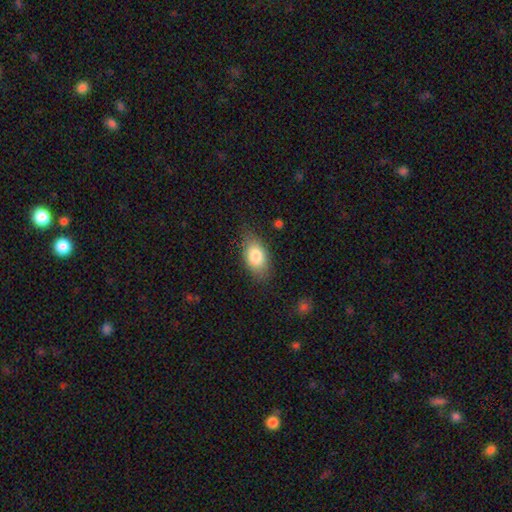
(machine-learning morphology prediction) Smooth or featured? smooth (82%)
How rounded? in between (88%)
Merging? none (75%)